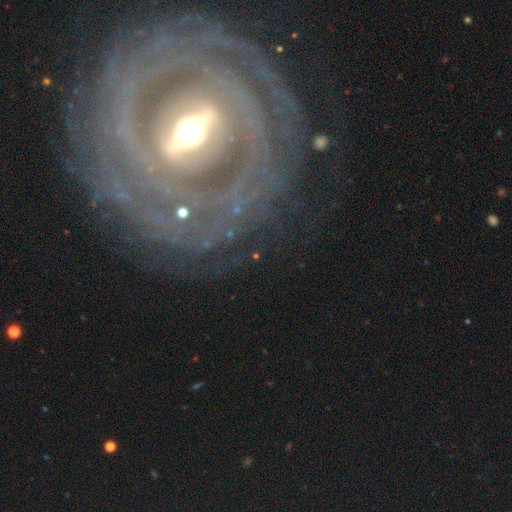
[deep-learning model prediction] Smooth or featured?
  - featured or disk: 64% *
  - star or artifact: 21%
  - smooth: 15%
Edge-on disk?
  - no: 90% *
  - yes: 10%
Bar?
  - strong: 37% *
  - no: 32%
  - weak: 31%
Spiral arms?
  - yes: 83% *
  - no: 17%
Bulge size?
  - small: 49% *
  - moderate: 35%
  - large: 7%
  - none: 6%
  - dominant: 3%
Merging?
  - none: 74% *
  - minor disturbance: 13%
  - major disturbance: 9%
  - merger: 4%